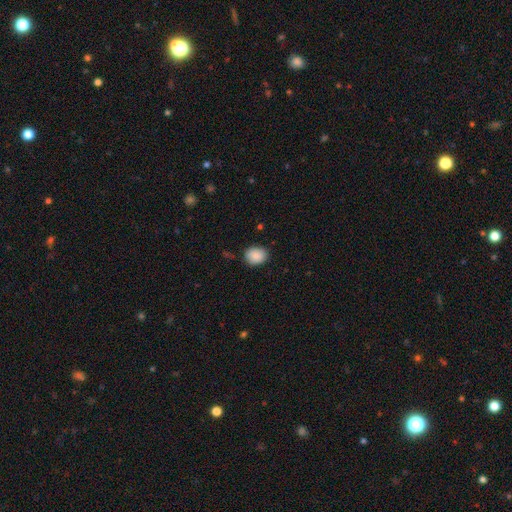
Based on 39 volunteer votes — Smooth or featured? 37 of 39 (95%) said smooth. How rounded? 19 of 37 (51%) said round. Merging? 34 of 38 (89%) said none.